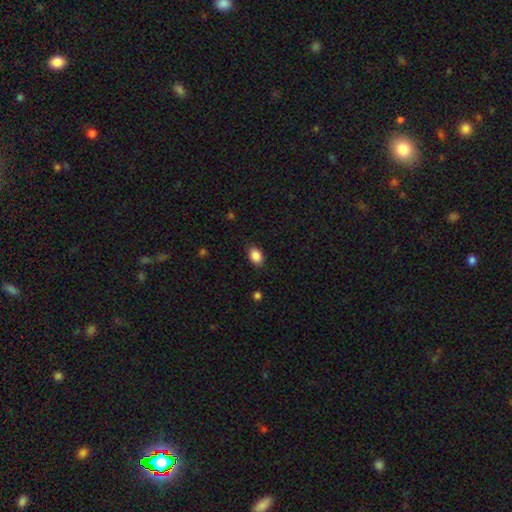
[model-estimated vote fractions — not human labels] Smooth or featured? smooth (88%)
How rounded? in between (78%)
Merging? none (84%)